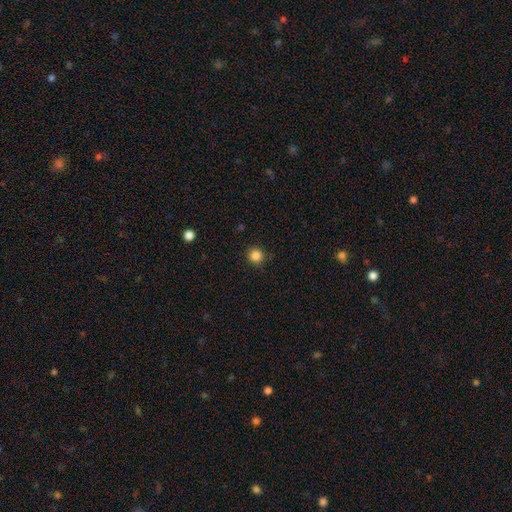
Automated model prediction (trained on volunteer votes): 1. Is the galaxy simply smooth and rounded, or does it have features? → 85% smooth, 12% star or artifact, 3% featured or disk.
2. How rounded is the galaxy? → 95% round, 4% in between, 1% cigar-shaped.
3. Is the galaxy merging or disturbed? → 91% none, 6% minor disturbance, 2% major disturbance, 1% merger.